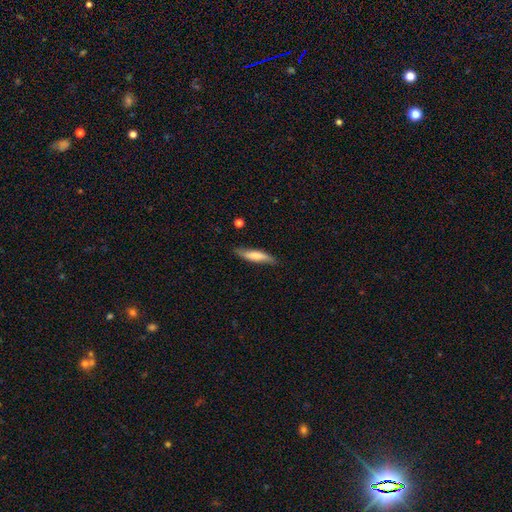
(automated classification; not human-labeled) A smooth galaxy with no disk features (64%) that is cigar-shaped (77%). Merging: none (78%).